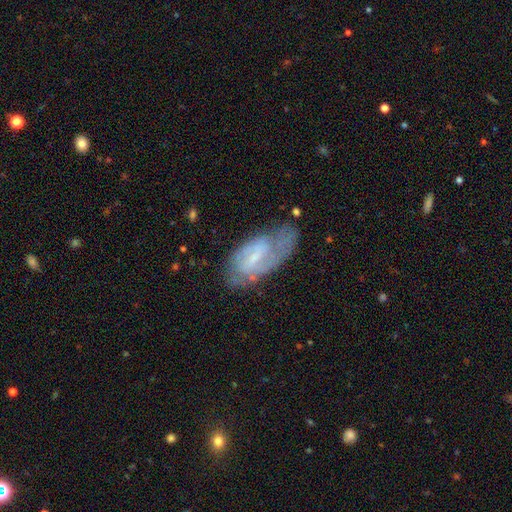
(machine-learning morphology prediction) Smooth or featured?
  - featured or disk: 66% *
  - smooth: 26%
  - star or artifact: 8%
Edge-on disk?
  - no: 91% *
  - yes: 9%
Bar?
  - weak: 50% *
  - no: 27%
  - strong: 23%
Spiral arms?
  - yes: 76% *
  - no: 24%
Bulge size?
  - small: 56% *
  - moderate: 22%
  - none: 19%
  - large: 2%
  - dominant: 1%
Merging?
  - none: 49% *
  - minor disturbance: 29%
  - major disturbance: 18%
  - merger: 3%